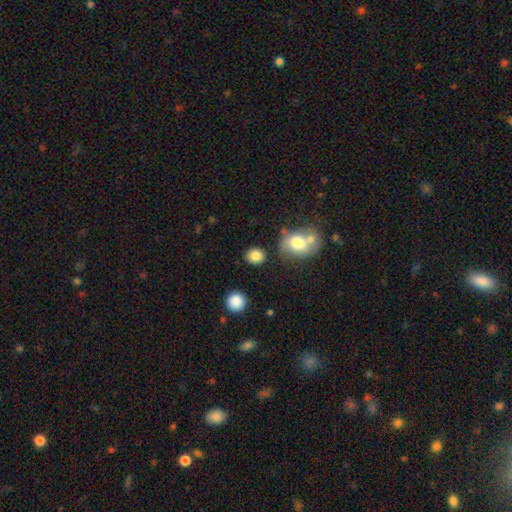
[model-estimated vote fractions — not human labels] This appears to be a smooth galaxy with no disk features (84%) that is round (75%). Merging: none (80%).